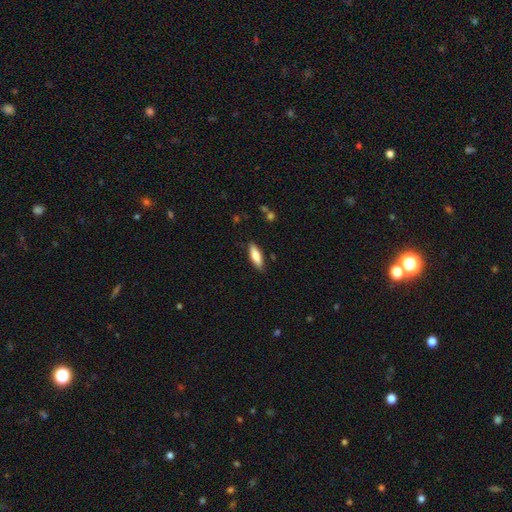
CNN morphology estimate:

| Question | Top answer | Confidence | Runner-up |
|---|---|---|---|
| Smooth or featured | smooth | 78% | featured or disk (16%) |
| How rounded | in between | 53% | cigar-shaped (46%) |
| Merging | none | 84% | minor disturbance (12%) |